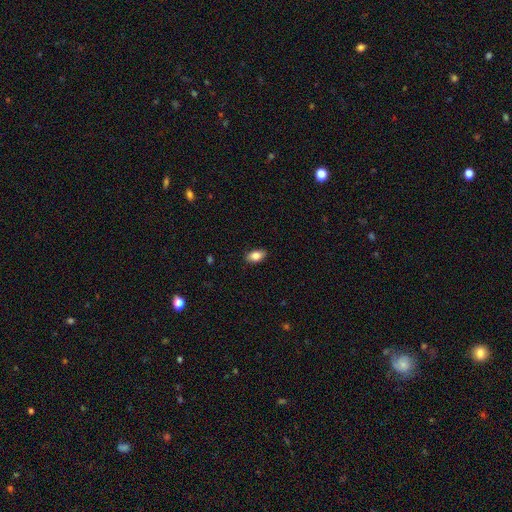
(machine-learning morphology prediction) smooth 85%, star or artifact 8%, featured or disk 7%. Down the decision tree: how rounded — in between (91%); merging — none (87%).